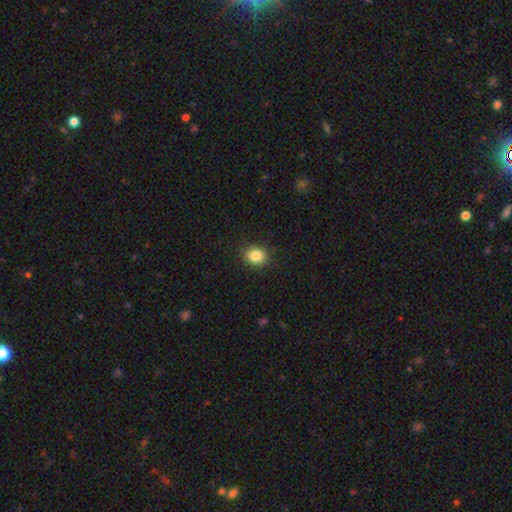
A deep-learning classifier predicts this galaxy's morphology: Overall: smooth (84%). How rounded: round (70%). Merging: none (89%).